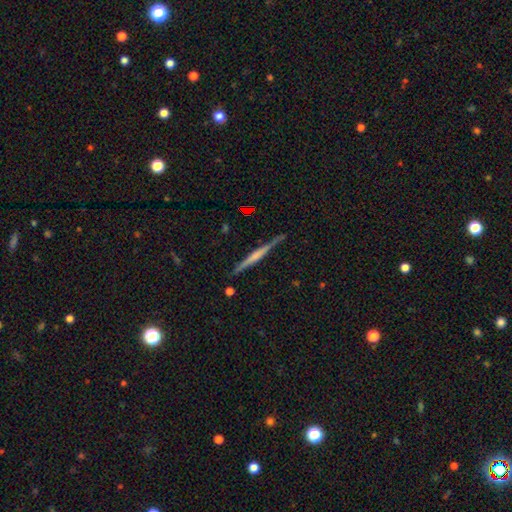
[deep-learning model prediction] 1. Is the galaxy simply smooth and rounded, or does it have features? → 67% featured or disk, 27% smooth, 6% star or artifact.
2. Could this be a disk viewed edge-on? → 98% yes, 2% no.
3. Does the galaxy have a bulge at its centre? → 41% none, 32% rounded, 26% boxy.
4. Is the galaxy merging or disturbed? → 86% none, 10% minor disturbance, 2% major disturbance, 2% merger.